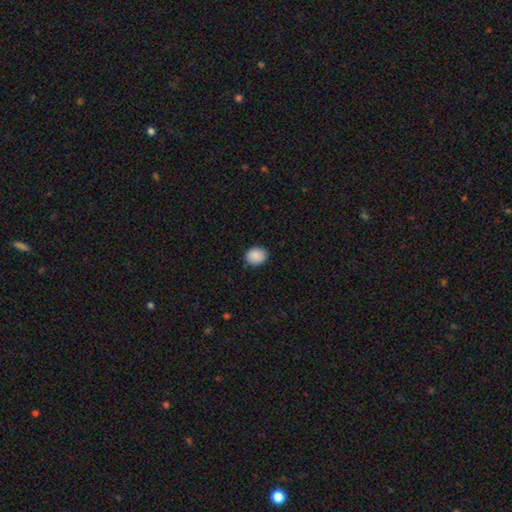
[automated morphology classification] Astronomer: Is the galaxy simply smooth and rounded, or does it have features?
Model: smooth — 90%.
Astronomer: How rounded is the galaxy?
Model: round — 63%.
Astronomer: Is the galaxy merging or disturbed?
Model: none — 86%.